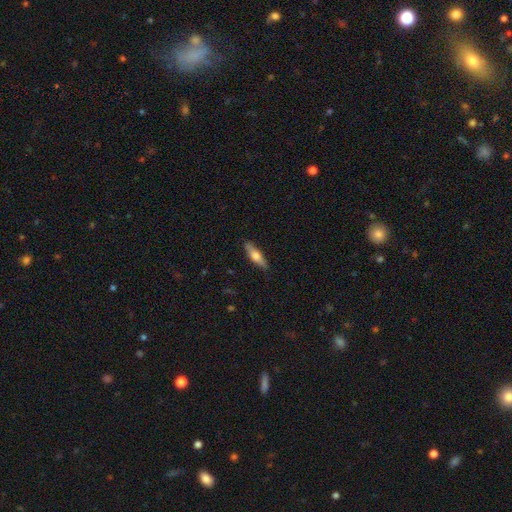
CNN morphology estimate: A smooth galaxy with no disk features (56%) that is cigar-shaped (65%).

Vote fractions:
- Smooth or featured? smooth: 56% / featured or disk: 38% / star or artifact: 6%
- How rounded? cigar-shaped: 65% / in between: 33% / round: 2%
- Merging? none: 88% / minor disturbance: 9% / major disturbance: 2% / merger: 1%